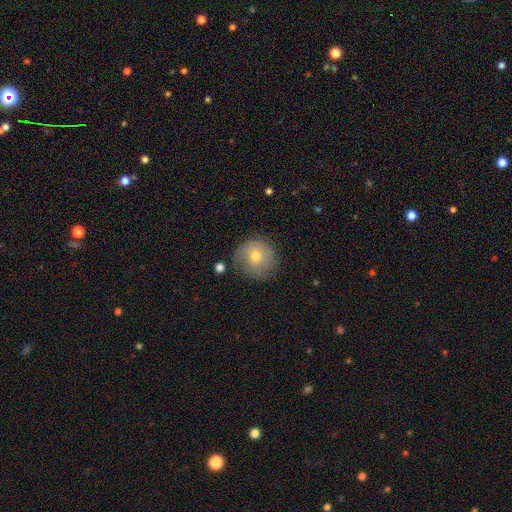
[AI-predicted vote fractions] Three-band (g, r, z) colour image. It shows a smooth galaxy with no disk features (61%) that is round (89%). Merging: none (69%).